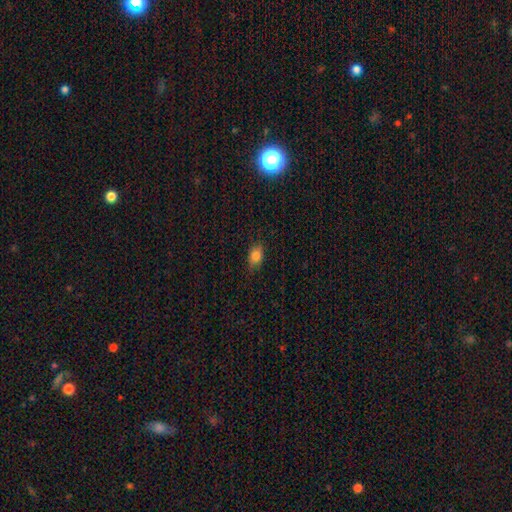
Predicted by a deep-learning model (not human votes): Smooth or featured: smooth — 82% (star or artifact — 10%)
How rounded: in between — 76% (round — 21%)
Merging: none — 77% (minor disturbance — 18%)